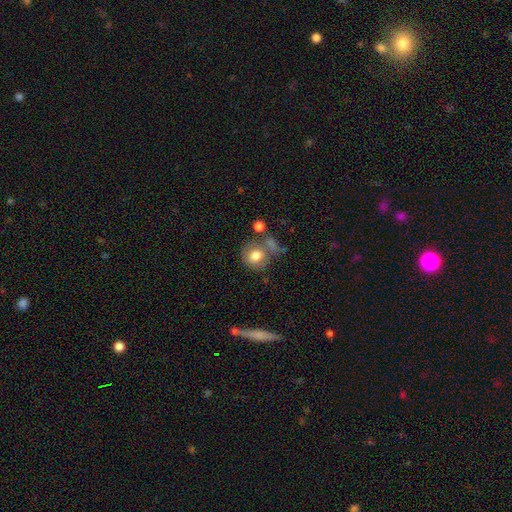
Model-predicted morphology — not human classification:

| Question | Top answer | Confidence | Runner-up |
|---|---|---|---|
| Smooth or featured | smooth | 75% | featured or disk (16%) |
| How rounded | round | 79% | in between (20%) |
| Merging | none | 53% | merger (19%) |